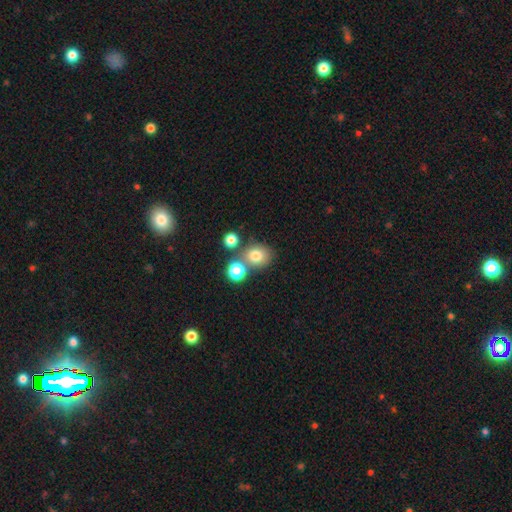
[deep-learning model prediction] This appears to be a smooth galaxy with no disk features (77%) that is round (66%). Merging: none (62%).